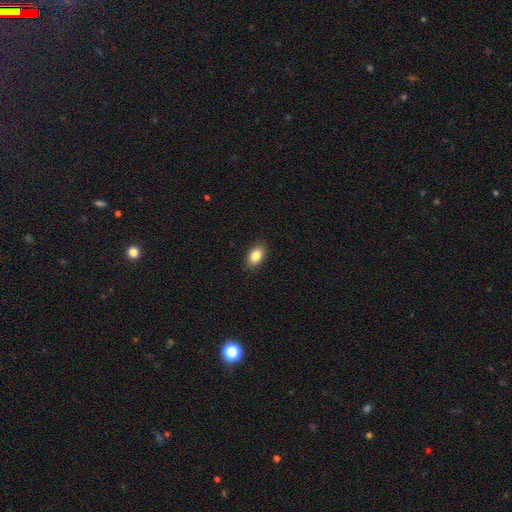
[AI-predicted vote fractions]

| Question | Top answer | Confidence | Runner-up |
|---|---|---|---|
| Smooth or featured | smooth | 86% | star or artifact (8%) |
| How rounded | in between | 86% | round (13%) |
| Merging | none | 88% | minor disturbance (9%) |